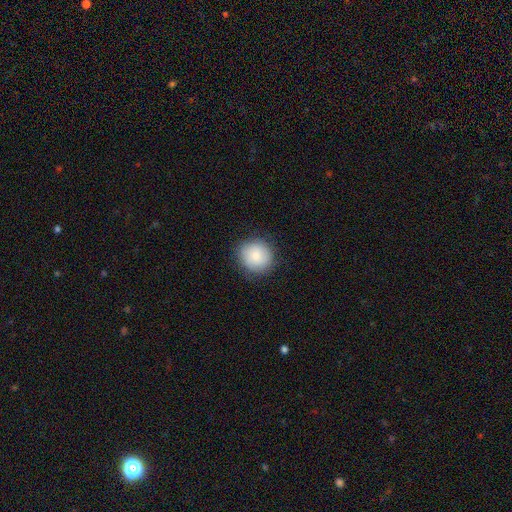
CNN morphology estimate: The model was most divided on "merging": none: 85%, minor disturbance: 11%, major disturbance: 3%, merger: 1%. More confident: how rounded — round (89%); smooth or featured — smooth (85%).